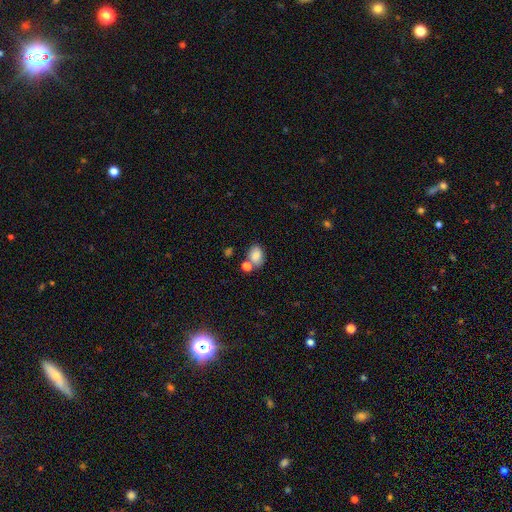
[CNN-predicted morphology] A smooth galaxy with no disk features (82%) that is in between round and cigar-shaped (70%). Merging: none (54%).